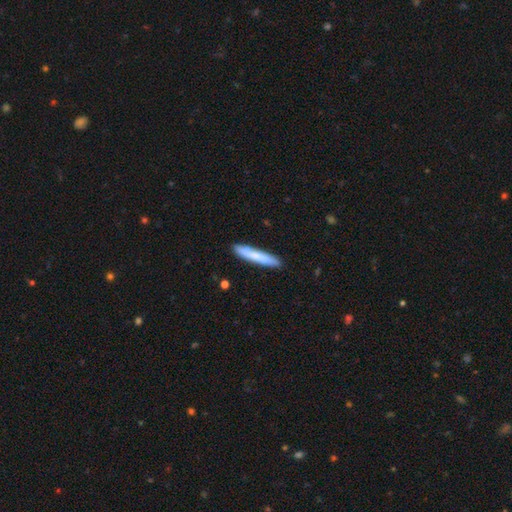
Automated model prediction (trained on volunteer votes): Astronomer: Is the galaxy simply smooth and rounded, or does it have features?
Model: smooth — 71%.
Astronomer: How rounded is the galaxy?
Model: cigar-shaped — 93%.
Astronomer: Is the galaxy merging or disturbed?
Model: none — 88%.